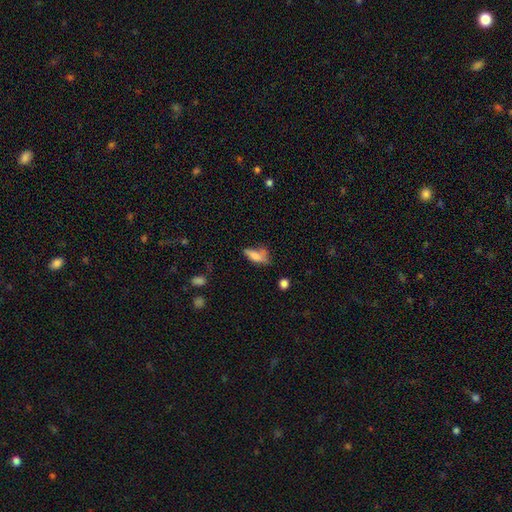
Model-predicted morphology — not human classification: smooth 74%, featured or disk 16%, star or artifact 10%. Down the decision tree: how rounded — in between (66%); merging — none (39%).